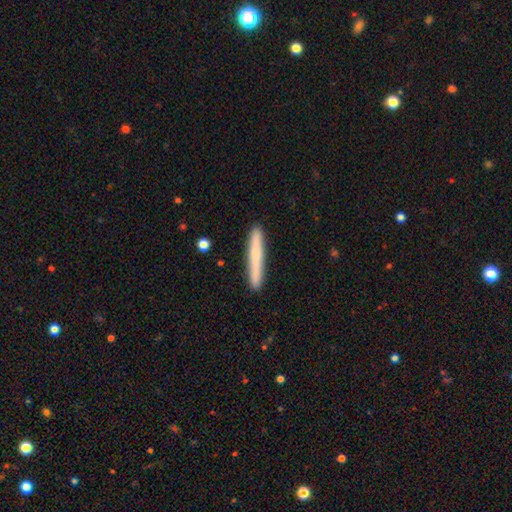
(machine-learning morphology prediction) Smooth or featured: smooth — 66% (featured or disk — 28%)
How rounded: cigar-shaped — 97% (in between — 2%)
Merging: none — 91% (minor disturbance — 6%)